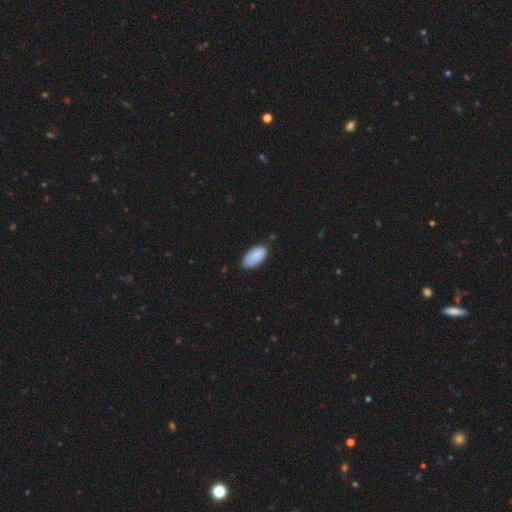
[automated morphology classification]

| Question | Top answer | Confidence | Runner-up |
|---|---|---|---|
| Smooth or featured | smooth | 84% | featured or disk (9%) |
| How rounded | in between | 95% | cigar-shaped (2%) |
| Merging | none | 74% | minor disturbance (21%) |